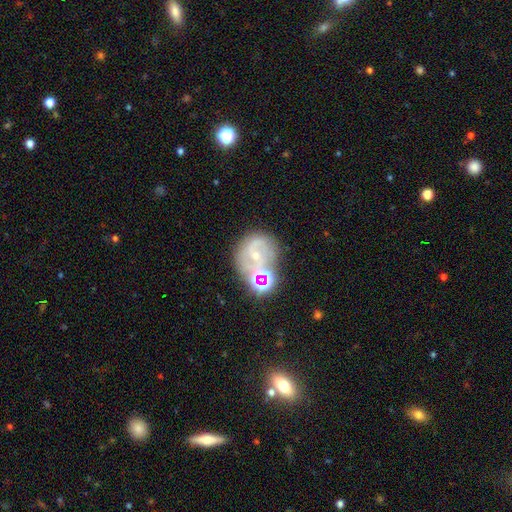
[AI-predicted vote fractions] This appears to be a featured or disk galaxy (59%) with no bar (49%), spiral arms (80%) and a small central bulge (67%). Merging: none (52%).